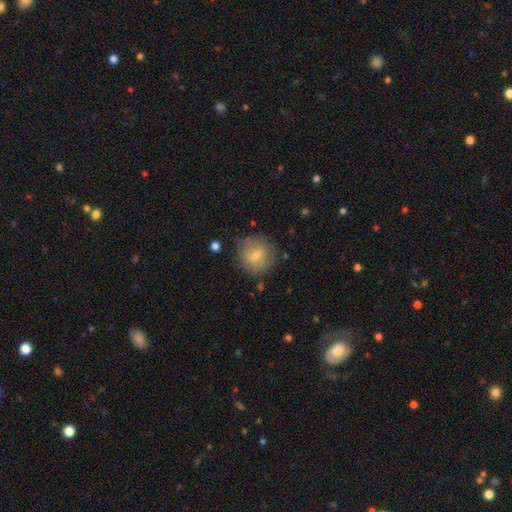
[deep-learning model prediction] The model was most divided on "smooth or featured": smooth: 69%, featured or disk: 23%, star or artifact: 8%. More confident: how rounded — round (85%); merging — none (76%).